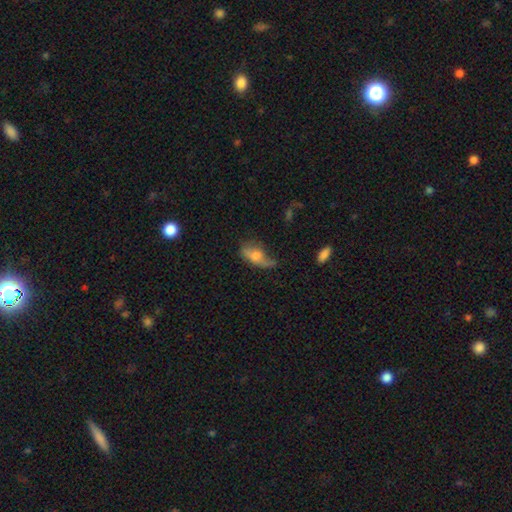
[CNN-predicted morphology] Smooth or featured: smooth — 57% (featured or disk — 34%)
How rounded: in between — 80% (cigar-shaped — 14%)
Merging: none — 34% (tied with minor disturbance — 34%)